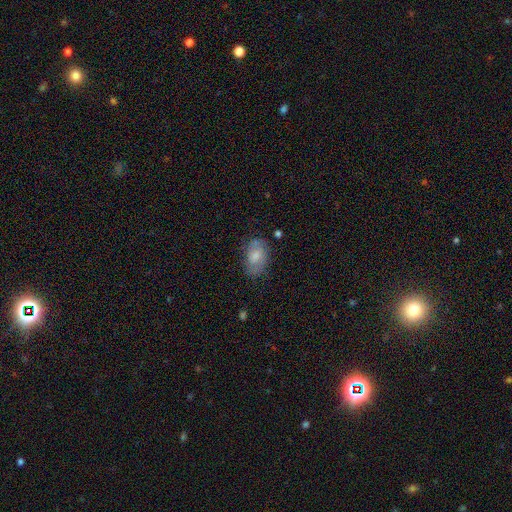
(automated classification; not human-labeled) Q: Smooth or featured?
A: smooth (67%); runner-up: featured or disk (26%)
Q: How rounded?
A: in between (89%); runner-up: round (9%)
Q: Merging?
A: none (66%); runner-up: minor disturbance (24%)